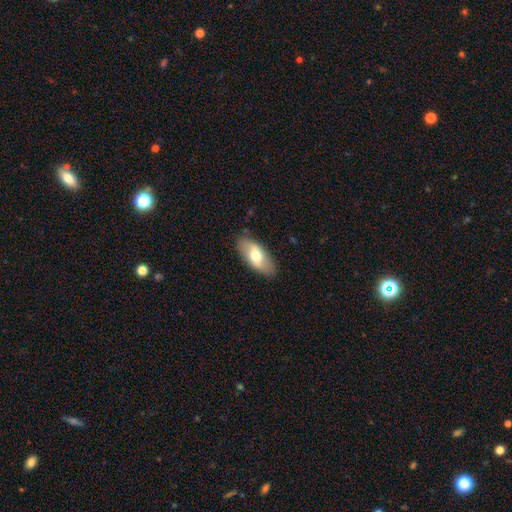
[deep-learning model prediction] This appears to be a smooth galaxy with no disk features (61%) that is in between round and cigar-shaped (88%). Merging: none (85%).